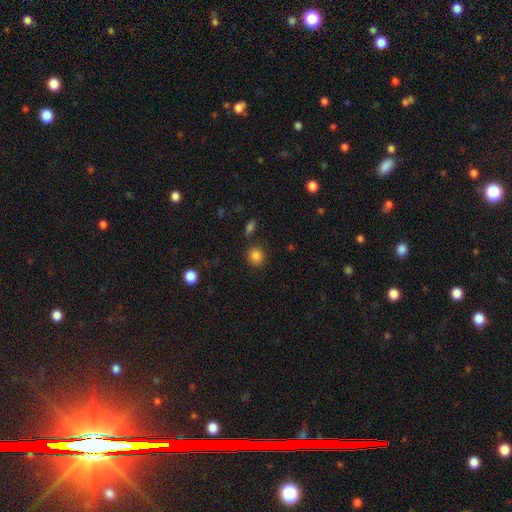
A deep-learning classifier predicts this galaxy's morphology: A smooth galaxy with no disk features (84%) that is round (82%). Merging: none (83%).